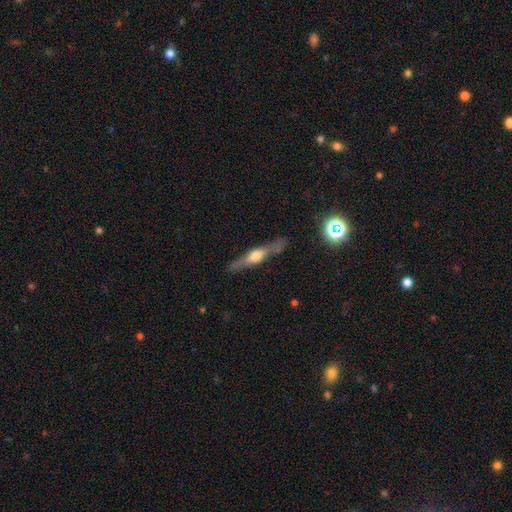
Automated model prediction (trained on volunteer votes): This is likely a featured or disk galaxy (68%). It is clearly viewed edge-on (94%). Edge-on bulge: clearly rounded (85%). Merging: clearly none (81%).